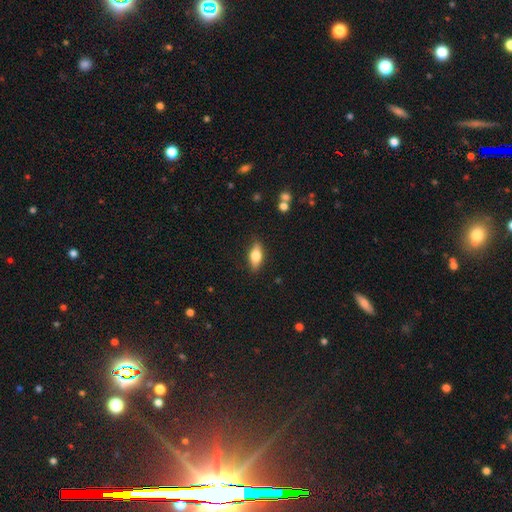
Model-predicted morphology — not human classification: The model was most divided on "smooth or featured": smooth: 69%, featured or disk: 24%, star or artifact: 7%. More confident: merging — none (86%); how rounded — in between (76%).